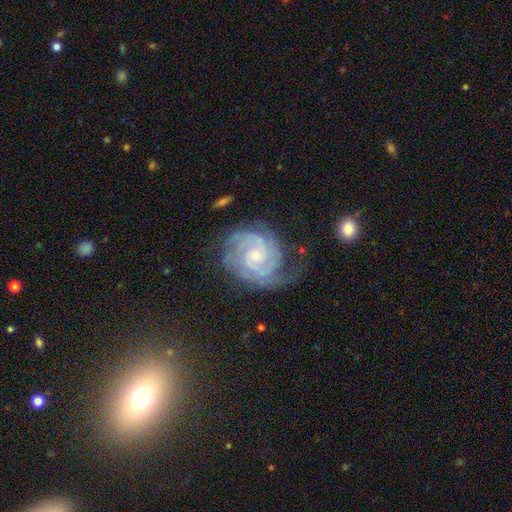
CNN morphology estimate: Smooth or featured: featured or disk — 88% (smooth — 6%)
Edge-on disk: no — 98% (yes — 2%)
Bar: no — 62% (weak — 32%)
Spiral arms: yes — 97% (no — 3%)
Spiral winding: tight — 66% (medium — 29%)
Spiral arm count: 2 — 42% (3 — 22%)
Bulge size: small — 69% (moderate — 28%)
Merging: none — 63% (minor disturbance — 23%)